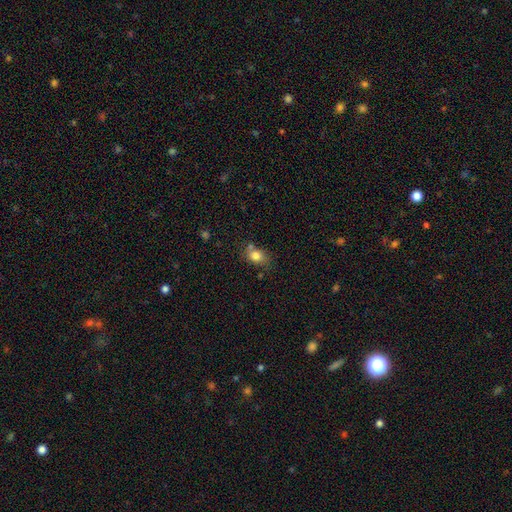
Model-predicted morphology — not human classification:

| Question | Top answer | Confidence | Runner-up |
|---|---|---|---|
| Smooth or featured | smooth | 81% | star or artifact (10%) |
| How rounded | in between | 64% | round (35%) |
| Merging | none | 58% | minor disturbance (20%) |